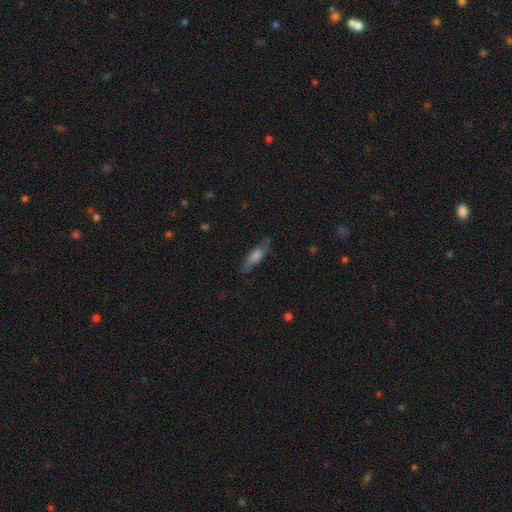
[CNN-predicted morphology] This appears to be a smooth galaxy with no disk features (56%) that is cigar-shaped (68%). Merging: none (78%).